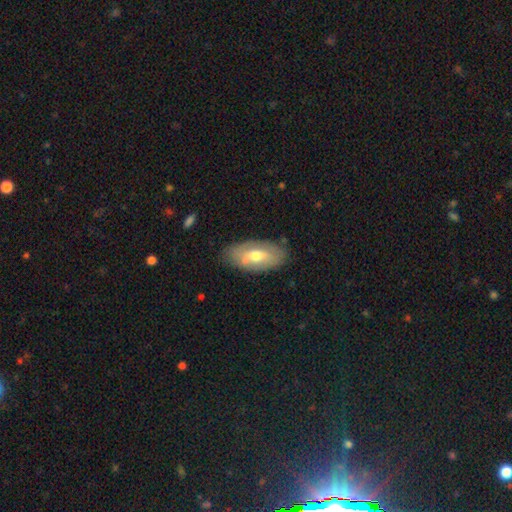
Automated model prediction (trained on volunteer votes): Smooth or featured: smooth — 51% (featured or disk — 42%)
How rounded: in between — 90% (cigar-shaped — 6%)
Merging: none — 77% (minor disturbance — 17%)